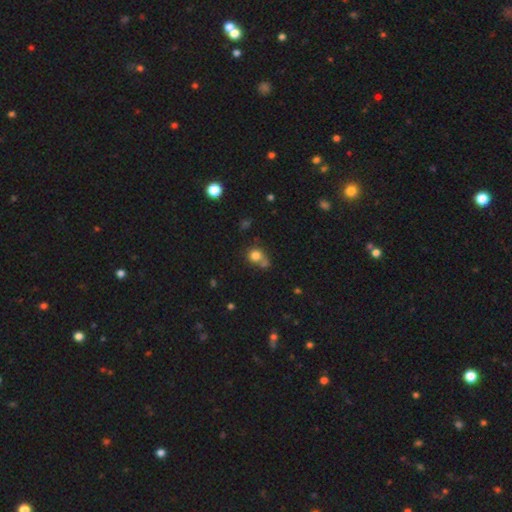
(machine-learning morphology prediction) Smooth or featured? smooth (79%)
How rounded? round (80%)
Merging? none (46%)